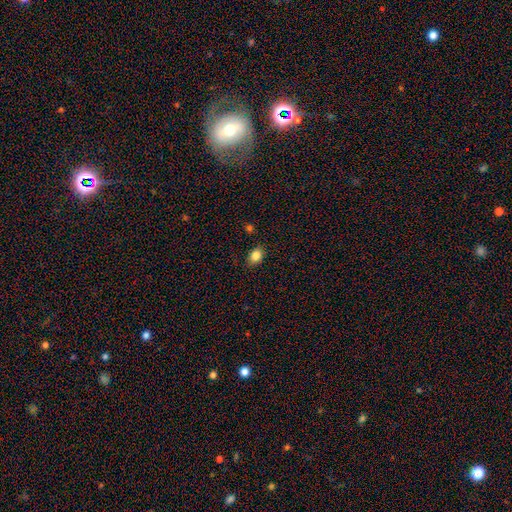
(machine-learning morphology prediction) type=smooth (85%); roundness=in between (68%); merging=none (85%).